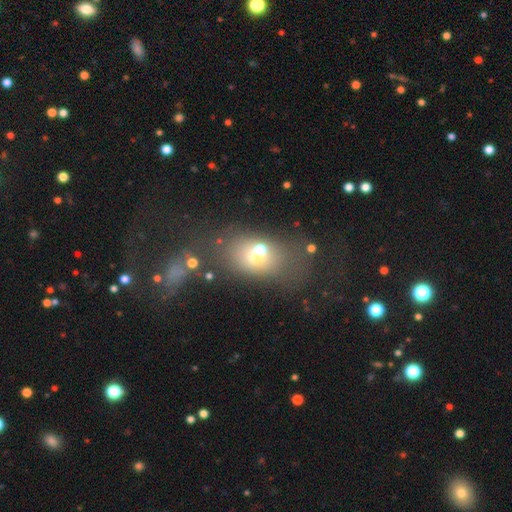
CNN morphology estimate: A smooth galaxy with no disk features (57%) that is in between round and cigar-shaped (71%).

Vote fractions:
- Smooth or featured? smooth: 57% / featured or disk: 25% / star or artifact: 18%
- How rounded? in between: 71% / round: 26% / cigar-shaped: 3%
- Merging? none: 44% / merger: 28% / minor disturbance: 15% / major disturbance: 13%